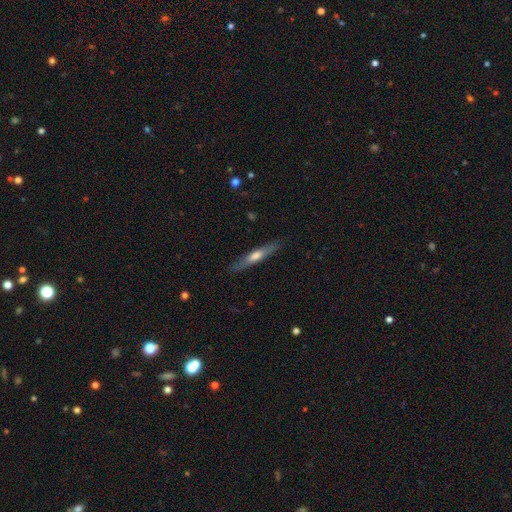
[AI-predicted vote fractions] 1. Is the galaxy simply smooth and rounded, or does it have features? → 48% featured or disk, 47% smooth, 6% star or artifact.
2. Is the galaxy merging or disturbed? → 87% none, 10% minor disturbance, 2% major disturbance, 1% merger.